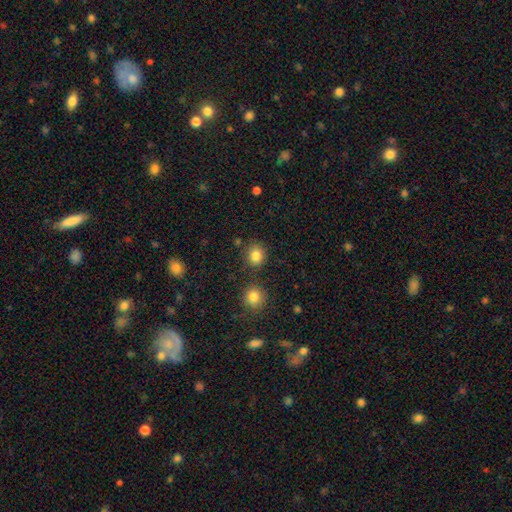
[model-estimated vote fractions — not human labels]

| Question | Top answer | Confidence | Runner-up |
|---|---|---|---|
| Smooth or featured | smooth | 84% | star or artifact (11%) |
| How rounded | round | 81% | in between (18%) |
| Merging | none | 81% | minor disturbance (9%) |